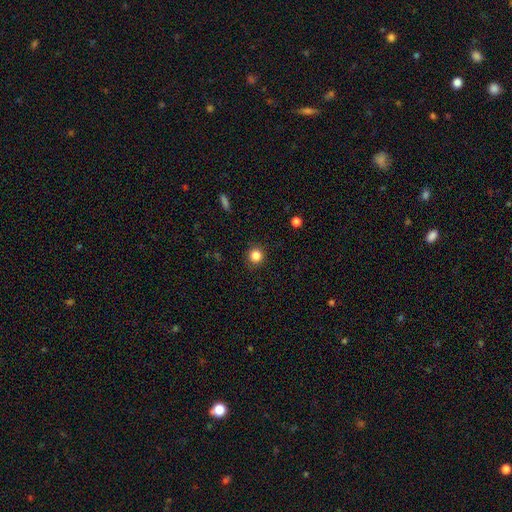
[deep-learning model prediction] A smooth galaxy with no disk features (84%) that is round (92%).

Vote fractions:
- Smooth or featured? smooth: 84% / star or artifact: 12% / featured or disk: 4%
- How rounded? round: 92% / in between: 7% / cigar-shaped: 1%
- Merging? none: 90% / minor disturbance: 7% / major disturbance: 2% / merger: 1%